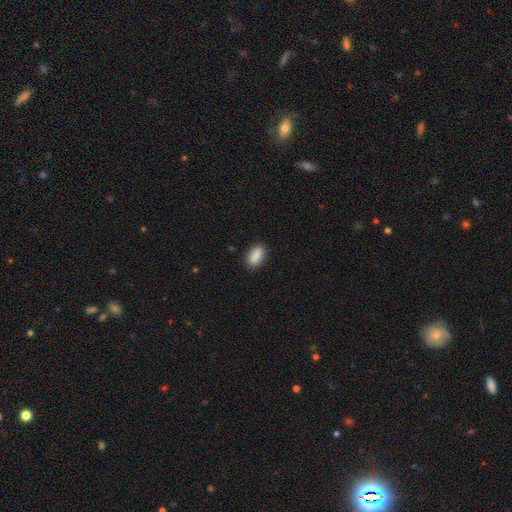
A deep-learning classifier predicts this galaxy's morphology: smooth 89%, star or artifact 7%, featured or disk 4%. Down the decision tree: how rounded — in between (89%); merging — none (86%).